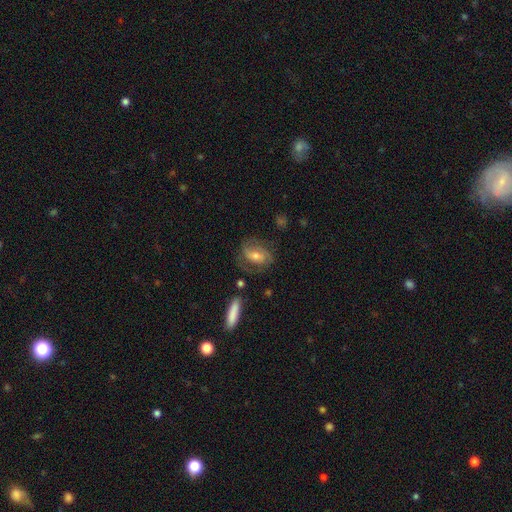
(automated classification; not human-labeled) A featured or disk galaxy (62%) with a weak bar (39%), spiral arms (83%) and a moderate central bulge (54%).

Vote fractions:
- Smooth or featured? featured or disk: 62% / smooth: 30% / star or artifact: 8%
- Edge-on disk? no: 94% / yes: 6%
- Bar? weak: 39% / no: 38% / strong: 23%
- Spiral arms? yes: 83% / no: 17%
- Bulge size? moderate: 54% / small: 36% / large: 6% / none: 3% / dominant: 1%
- Merging? none: 65% / minor disturbance: 19% / major disturbance: 13% / merger: 3%